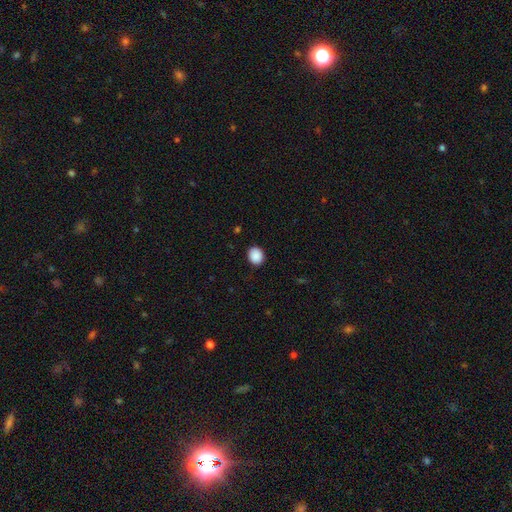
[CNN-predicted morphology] type=smooth (90%); roundness=round (61%); merging=none (89%).